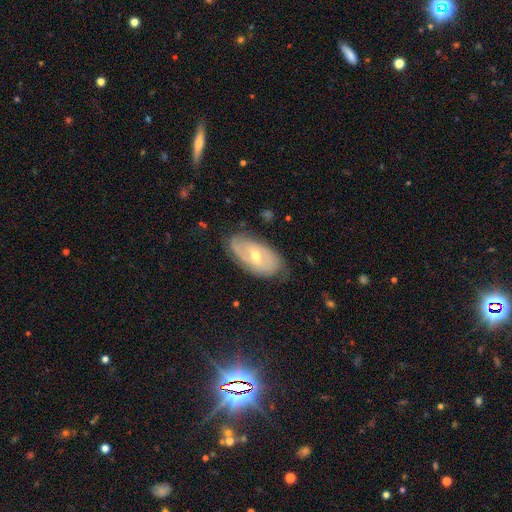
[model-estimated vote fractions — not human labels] This appears to be a featured or disk galaxy (71%) with a weak bar (47%), spiral arms (76%) and a moderate central bulge (57%). Merging: none (74%).